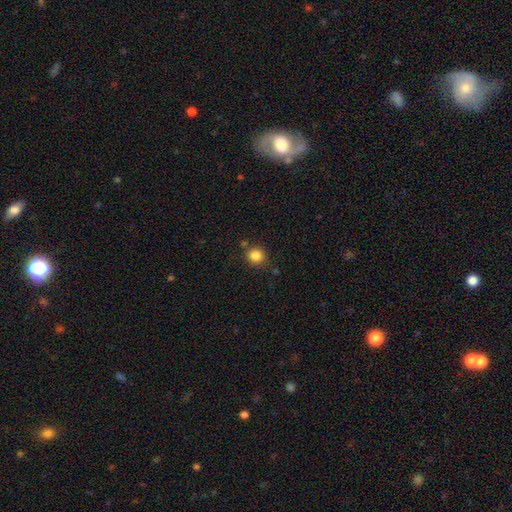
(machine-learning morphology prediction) A smooth galaxy with no disk features (84%) that is round (90%).

Vote fractions:
- Smooth or featured? smooth: 84% / star or artifact: 11% / featured or disk: 5%
- How rounded? round: 90% / in between: 10% / cigar-shaped: 1%
- Merging? none: 83% / minor disturbance: 9% / merger: 5% / major disturbance: 3%